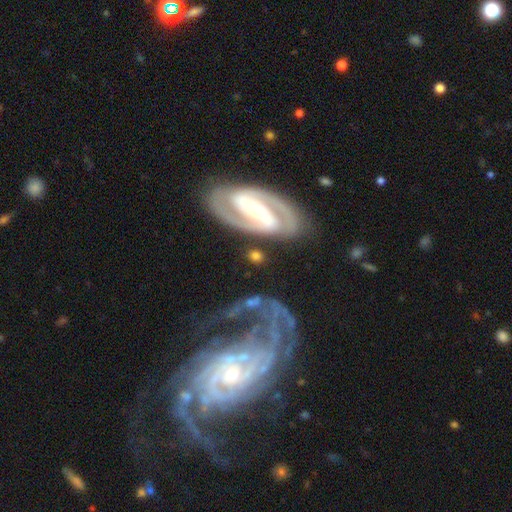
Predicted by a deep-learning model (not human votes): Smooth or featured?
  - featured or disk: 63% *
  - smooth: 31%
  - star or artifact: 6%
Edge-on disk?
  - no: 91% *
  - yes: 9%
Bar?
  - strong: 55% *
  - weak: 26%
  - no: 19%
Spiral arms?
  - yes: 86% *
  - no: 14%
Bulge size?
  - moderate: 52% *
  - small: 32%
  - large: 11%
  - none: 3%
  - dominant: 2%
Merging?
  - none: 70% *
  - minor disturbance: 14%
  - major disturbance: 8%
  - merger: 8%